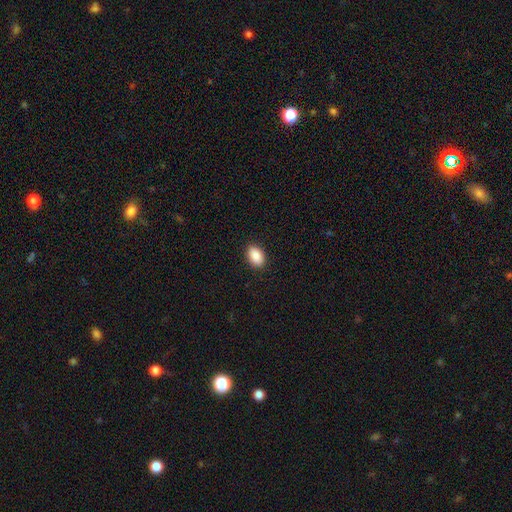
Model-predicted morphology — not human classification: smooth 90%, star or artifact 7%, featured or disk 3%. Down the decision tree: how rounded — in between (87%); merging — none (90%).